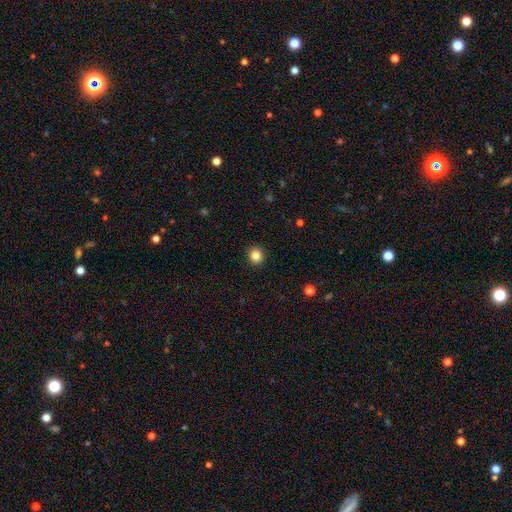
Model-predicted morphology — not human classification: Smooth or featured: smooth — 84% (star or artifact — 11%)
How rounded: round — 90% (in between — 9%)
Merging: none — 92% (minor disturbance — 5%)